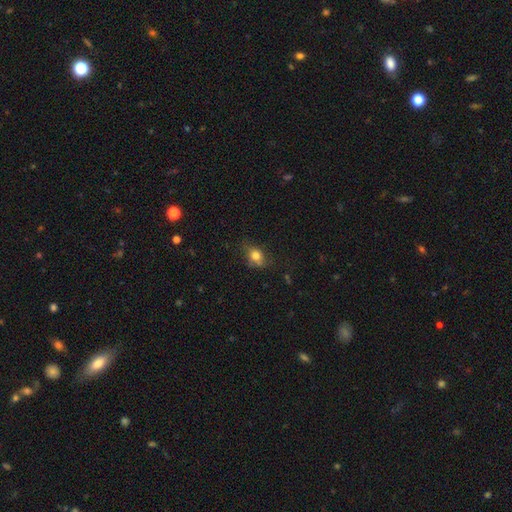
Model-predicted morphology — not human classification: smooth 76%, featured or disk 14%, star or artifact 11%. Down the decision tree: how rounded — in between (57%); merging — none (59%).